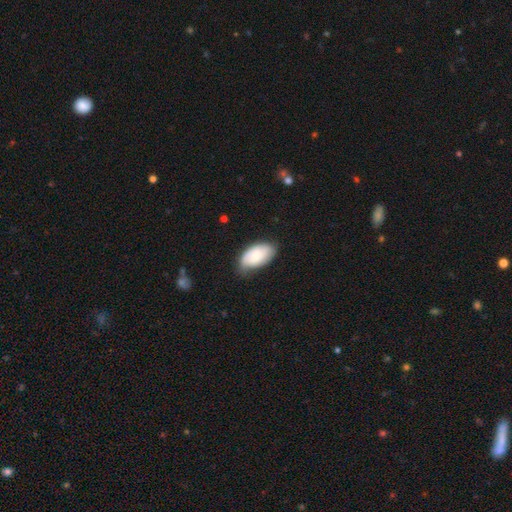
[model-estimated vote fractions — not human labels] A smooth galaxy with no disk features (69%) that is in between round and cigar-shaped (95%). Merging: none (69%).